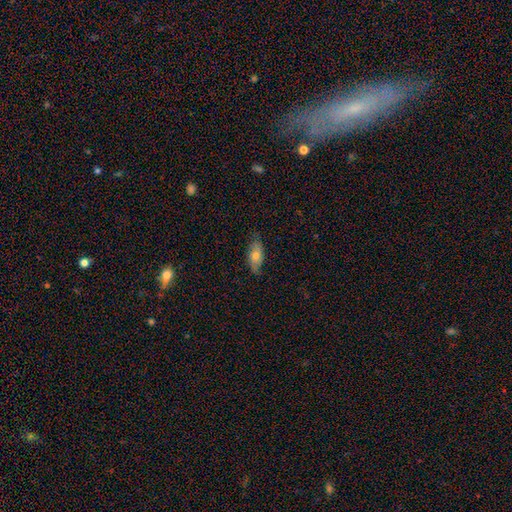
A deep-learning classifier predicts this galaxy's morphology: A smooth galaxy with no disk features (62%) that is in between round and cigar-shaped (83%).

Vote fractions:
- Smooth or featured? smooth: 62% / featured or disk: 31% / star or artifact: 7%
- How rounded? in between: 83% / cigar-shaped: 14% / round: 3%
- Merging? none: 75% / minor disturbance: 20% / major disturbance: 4% / merger: 1%